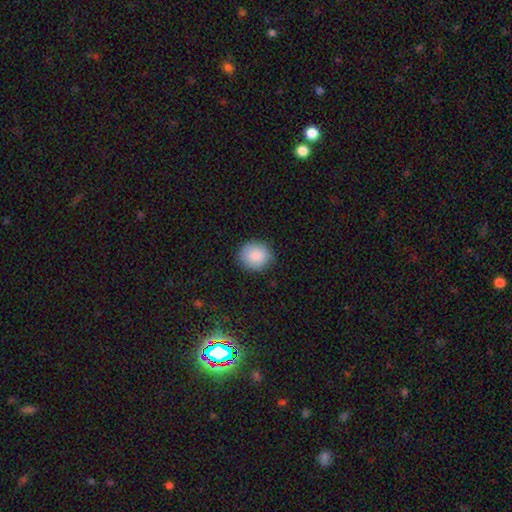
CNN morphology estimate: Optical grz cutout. It shows a smooth galaxy with no disk features (85%) that is round (86%). Merging: none (85%).